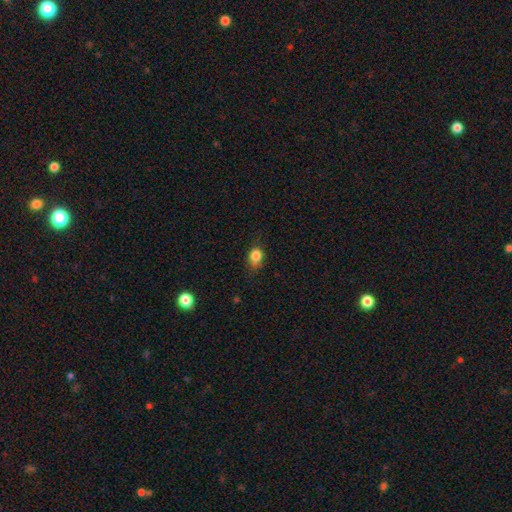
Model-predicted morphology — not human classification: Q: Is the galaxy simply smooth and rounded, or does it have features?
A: smooth — 84%.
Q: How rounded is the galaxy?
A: in between — 55%.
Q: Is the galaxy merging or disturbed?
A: none — 65%.